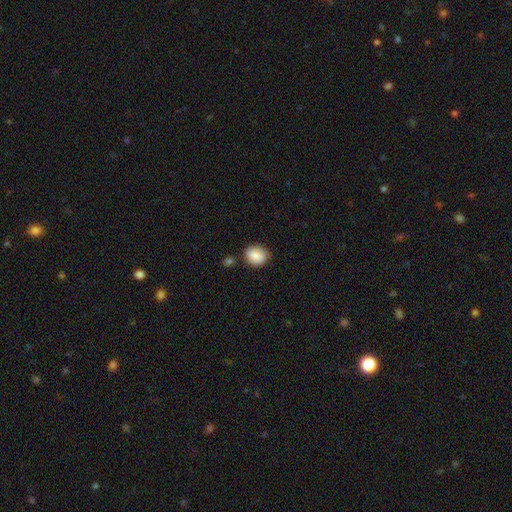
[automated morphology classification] Smooth or featured: smooth — 87% (star or artifact — 8%)
How rounded: round — 56% (in between — 43%)
Merging: none — 77% (minor disturbance — 14%)